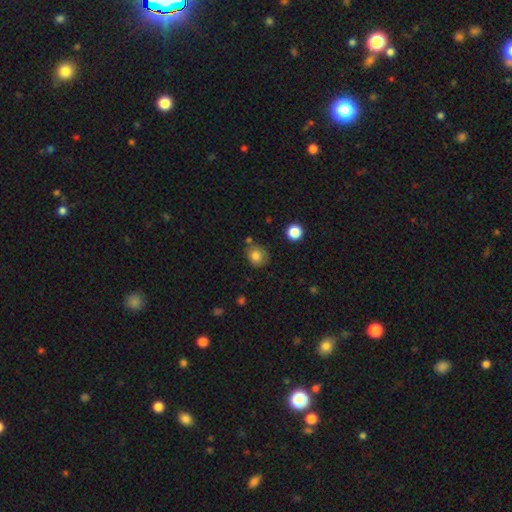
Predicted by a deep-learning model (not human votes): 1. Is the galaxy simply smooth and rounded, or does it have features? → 82% smooth, 11% star or artifact, 7% featured or disk.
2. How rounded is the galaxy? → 74% round, 25% in between, 1% cigar-shaped.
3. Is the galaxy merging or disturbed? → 71% none, 18% minor disturbance, 7% merger, 4% major disturbance.